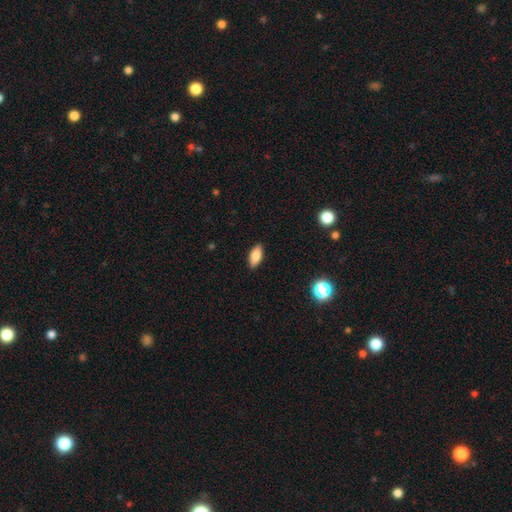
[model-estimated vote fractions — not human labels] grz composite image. It shows a smooth galaxy with no disk features (82%) that is in between round and cigar-shaped (86%). Merging: none (89%).